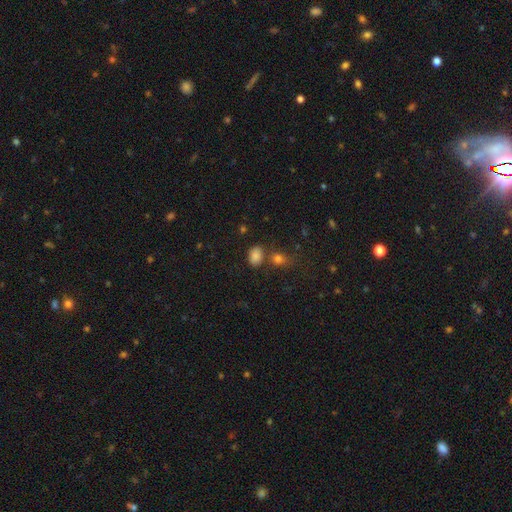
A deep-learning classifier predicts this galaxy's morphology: Overall: smooth (83%). How rounded: in between (79%). Merging: none (67%).